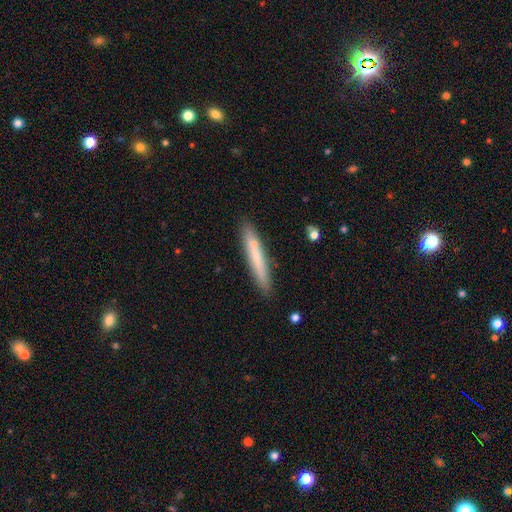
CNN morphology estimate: smooth 62%, featured or disk 31%, star or artifact 7%. Down the decision tree: how rounded — cigar-shaped (95%); merging — none (86%).